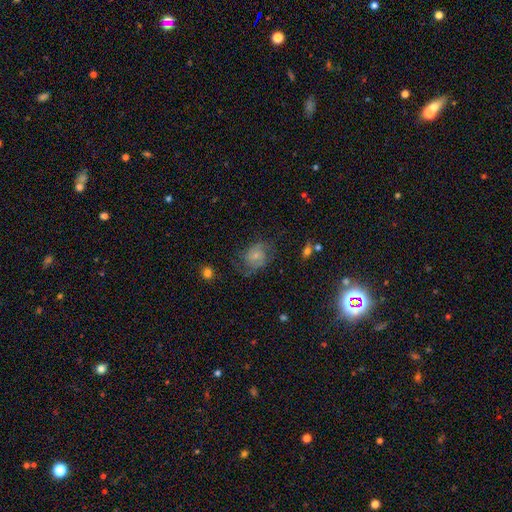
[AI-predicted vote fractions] featured or disk 63%, smooth 27%, star or artifact 9%. Down the decision tree: edge-on disk — no (98%); bar — no (68%); spiral arms — yes (90%); spiral arm count — 2 (73%); spiral winding — medium (46%); bulge size — small (60%); merging — none (59%).